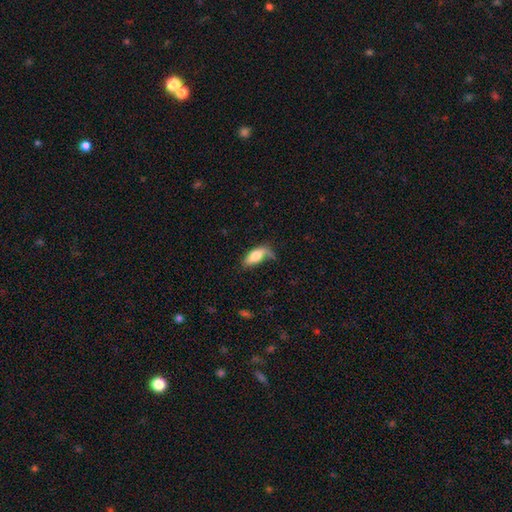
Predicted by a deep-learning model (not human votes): Smooth or featured?
  - smooth: 69% *
  - featured or disk: 24%
  - star or artifact: 7%
How rounded?
  - in between: 77% *
  - cigar-shaped: 19%
  - round: 4%
Merging?
  - none: 40% *
  - minor disturbance: 30%
  - major disturbance: 24%
  - merger: 6%